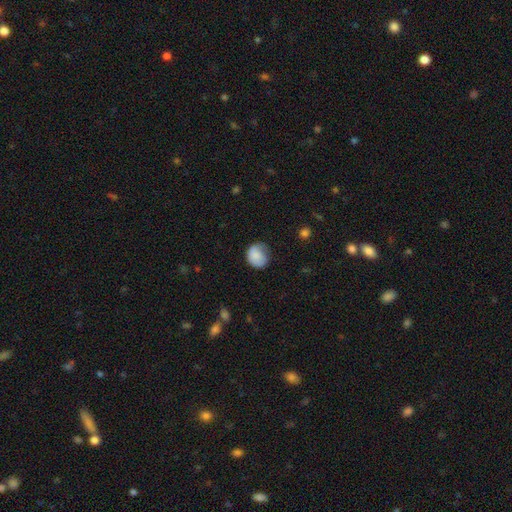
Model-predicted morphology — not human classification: A smooth galaxy with no disk features (77%) that is round (68%). Merging: none (53%).